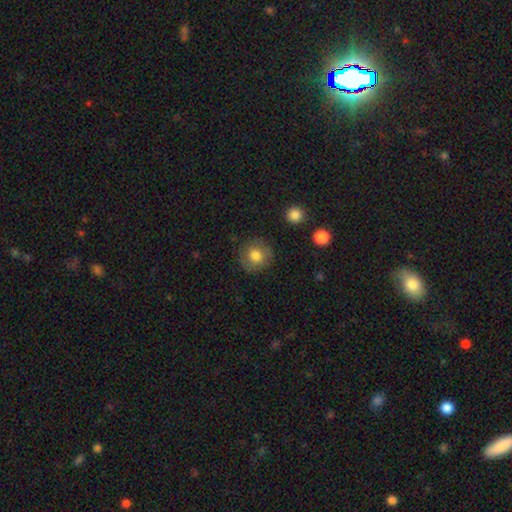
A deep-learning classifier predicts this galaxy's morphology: smooth-or-featured: smooth: 79% | featured or disk: 12% | star or artifact: 9%
  how-rounded: round: 90% | in between: 9% | cigar-shaped: 1%
  merging: none: 84% | minor disturbance: 11% | major disturbance: 4% | merger: 2%